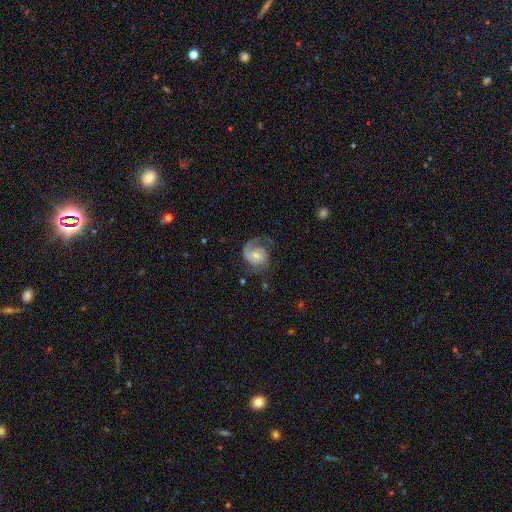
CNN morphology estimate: Smooth or featured?
  - featured or disk: 79% *
  - smooth: 15%
  - star or artifact: 6%
Edge-on disk?
  - no: 98% *
  - yes: 2%
Bar?
  - no: 69% *
  - weak: 26%
  - strong: 5%
Spiral arms?
  - yes: 95% *
  - no: 5%
Spiral winding?
  - medium: 43% *
  - tight: 32%
  - loose: 24%
Spiral arm count?
  - 1: 49% *
  - 2: 41%
  - can't tell: 5%
  - 3: 2%
  - 4: 1%
  - more than 4: 1%
Bulge size?
  - small: 60% *
  - moderate: 31%
  - none: 5%
  - large: 3%
  - dominant: 1%
Merging?
  - none: 56% *
  - major disturbance: 22%
  - minor disturbance: 20%
  - merger: 2%